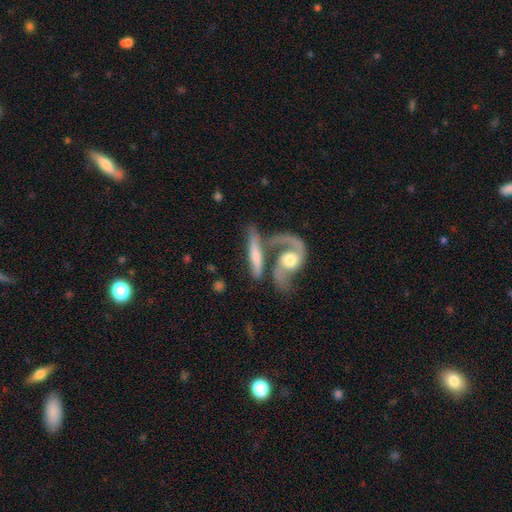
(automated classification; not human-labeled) A featured or disk galaxy (61%). Merging: merger (48%).